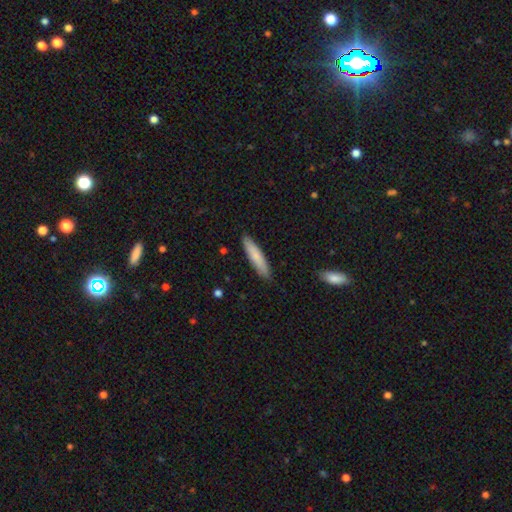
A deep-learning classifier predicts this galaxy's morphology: smooth 78%, featured or disk 17%, star or artifact 5%. Down the decision tree: how rounded — cigar-shaped (82%); merging — none (88%).